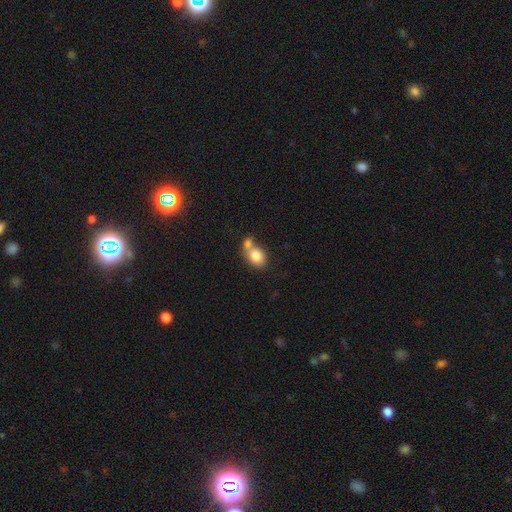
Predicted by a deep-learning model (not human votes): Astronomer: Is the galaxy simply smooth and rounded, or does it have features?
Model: smooth — 81%.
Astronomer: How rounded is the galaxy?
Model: in between — 56% (runner-up: round, 42%).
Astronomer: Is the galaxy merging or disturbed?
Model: merger — 52% (runner-up: none, 34%).